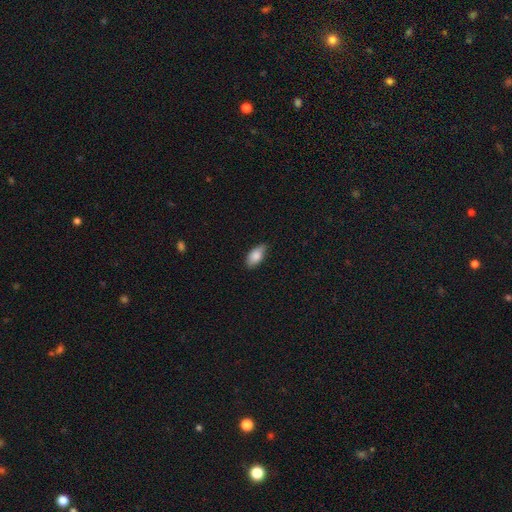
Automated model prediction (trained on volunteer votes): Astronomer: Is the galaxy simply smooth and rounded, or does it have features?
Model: smooth — 85%.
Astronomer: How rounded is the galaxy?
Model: in between — 91%.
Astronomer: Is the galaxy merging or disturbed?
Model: none — 72%.